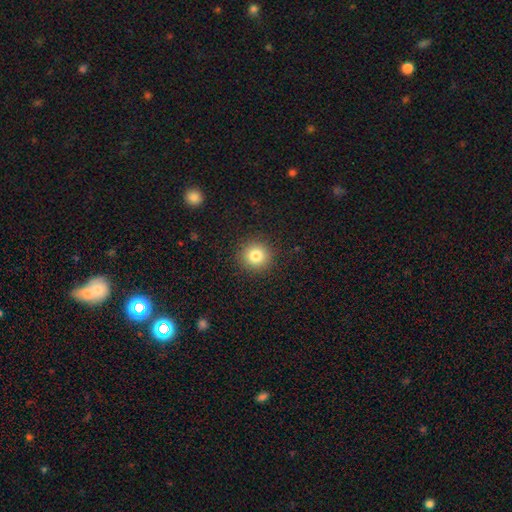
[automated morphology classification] smooth 81%, star or artifact 12%, featured or disk 7%. Down the decision tree: how rounded — round (94%); merging — none (91%).